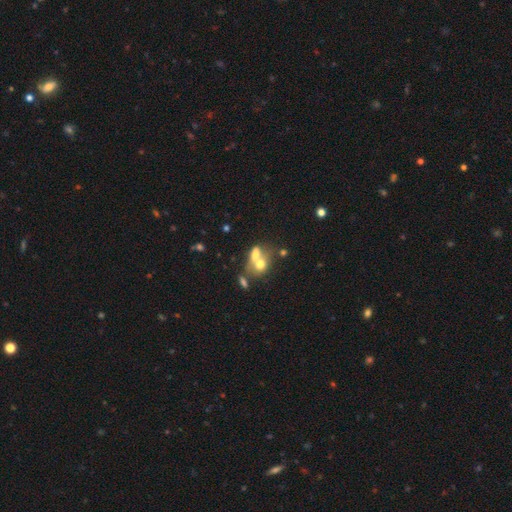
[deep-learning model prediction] Smooth or featured: smooth — 63% (featured or disk — 25%)
How rounded: in between — 58% (round — 39%)
Merging: merger — 65% (none — 22%)